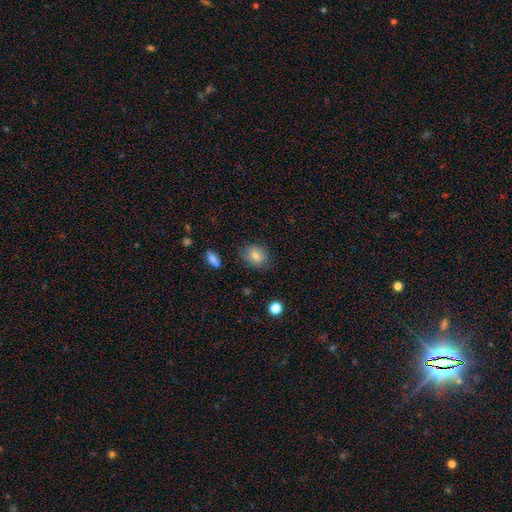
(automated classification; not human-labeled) Morphology: type=smooth (80%); roundness=round (56%); merging=none (79%).